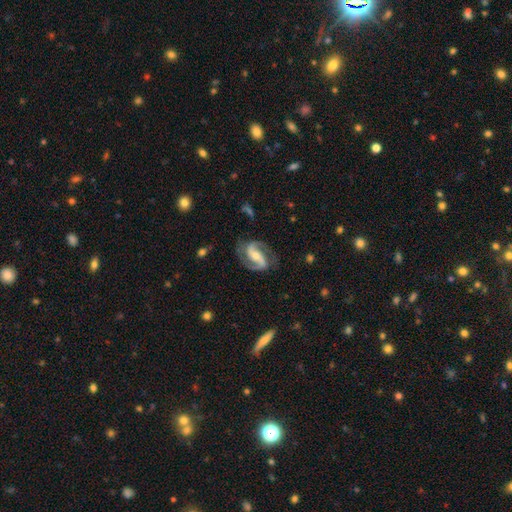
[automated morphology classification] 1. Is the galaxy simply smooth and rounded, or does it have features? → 90% featured or disk, 5% smooth, 4% star or artifact.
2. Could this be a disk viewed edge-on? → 97% no, 3% yes.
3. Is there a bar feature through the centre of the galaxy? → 45% strong, 31% weak, 24% no.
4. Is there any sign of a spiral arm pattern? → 97% yes, 3% no.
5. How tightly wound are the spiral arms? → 54% medium, 26% loose, 20% tight.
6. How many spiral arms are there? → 93% 2, 2% can't tell, 2% 1, 1% 3, 1% 4, 1% more than 4.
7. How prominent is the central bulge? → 49% moderate, 45% small, 3% large, 2% none, 1% dominant.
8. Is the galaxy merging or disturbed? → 79% none, 13% minor disturbance, 6% major disturbance, 1% merger.